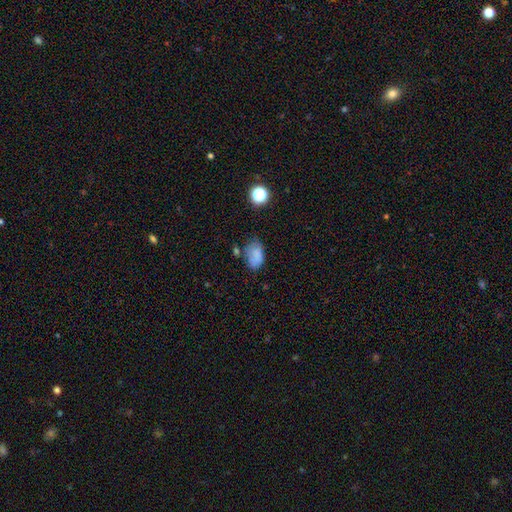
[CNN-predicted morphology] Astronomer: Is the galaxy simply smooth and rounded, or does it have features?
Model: smooth — 77%.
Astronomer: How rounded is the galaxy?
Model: in between — 86%.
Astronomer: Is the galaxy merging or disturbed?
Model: none — 58%.